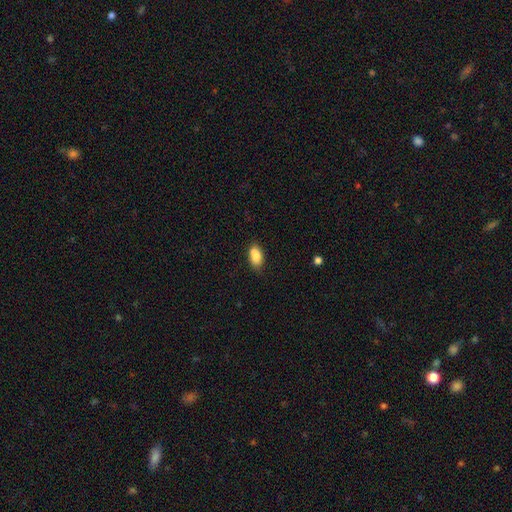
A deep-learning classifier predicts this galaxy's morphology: Smooth or featured? Predicted: smooth (p=0.83). How rounded? Predicted: in between (p=0.90). Merging? Predicted: none (p=0.69).